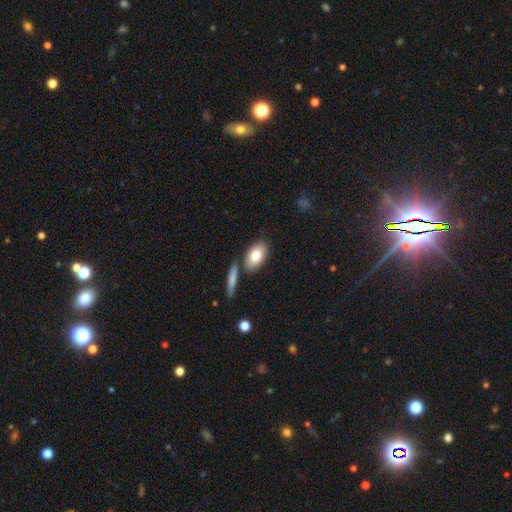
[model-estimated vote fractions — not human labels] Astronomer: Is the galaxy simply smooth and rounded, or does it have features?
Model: smooth — 78%.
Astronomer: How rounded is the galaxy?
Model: in between — 91%.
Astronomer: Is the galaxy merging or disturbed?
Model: none — 74%.